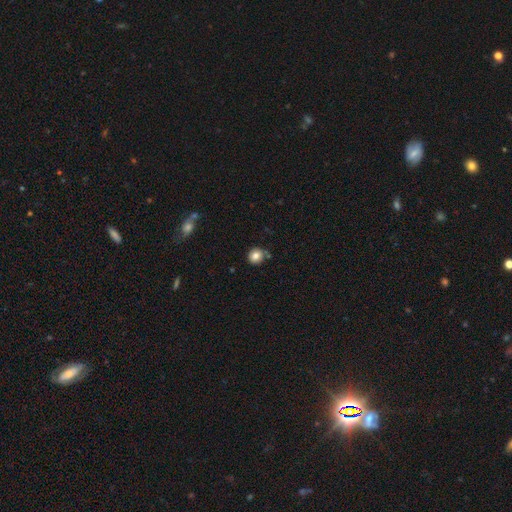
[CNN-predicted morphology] This is clearly a smooth galaxy (81%). How rounded: clearly round (84%). Merging: likely none (74%).